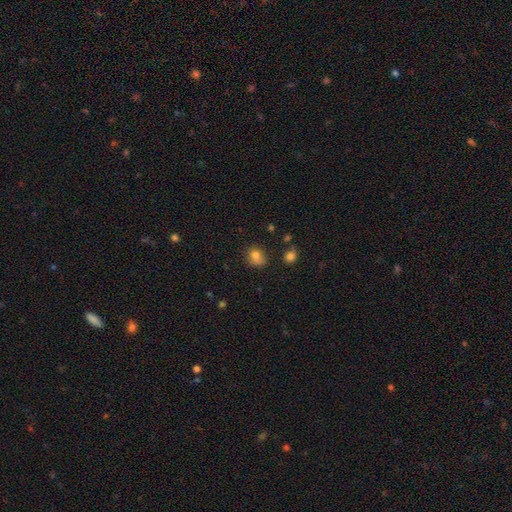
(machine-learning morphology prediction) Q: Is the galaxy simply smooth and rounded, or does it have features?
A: smooth — 78%.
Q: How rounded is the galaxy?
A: round — 58%.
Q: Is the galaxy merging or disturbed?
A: none — 60%.